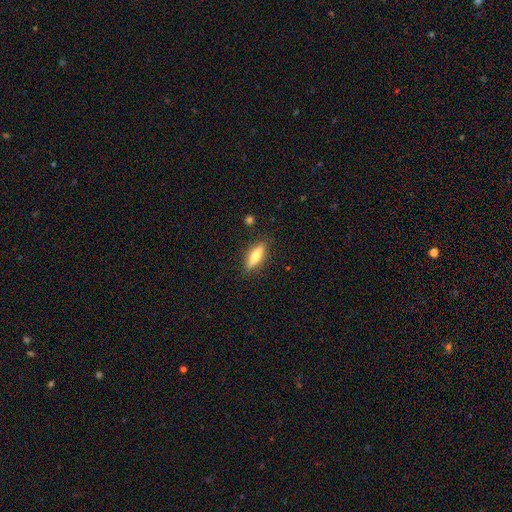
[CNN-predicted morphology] A smooth galaxy with no disk features (59%) that is cigar-shaped (54%). Merging: none (85%).